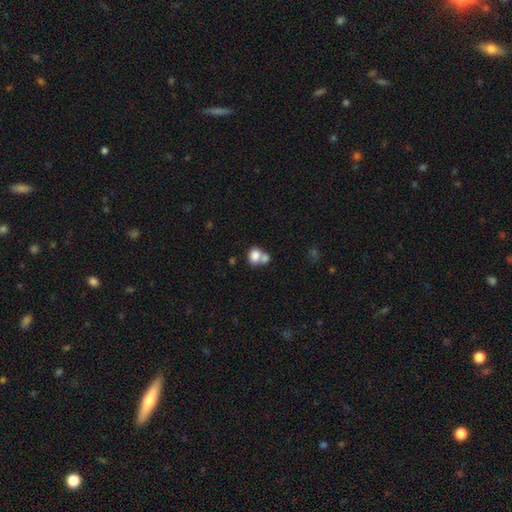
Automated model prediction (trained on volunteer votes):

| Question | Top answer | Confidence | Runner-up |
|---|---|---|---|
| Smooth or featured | smooth | 81% | featured or disk (10%) |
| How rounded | in between | 51% | round (48%) |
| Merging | merger | 58% | none (30%) |